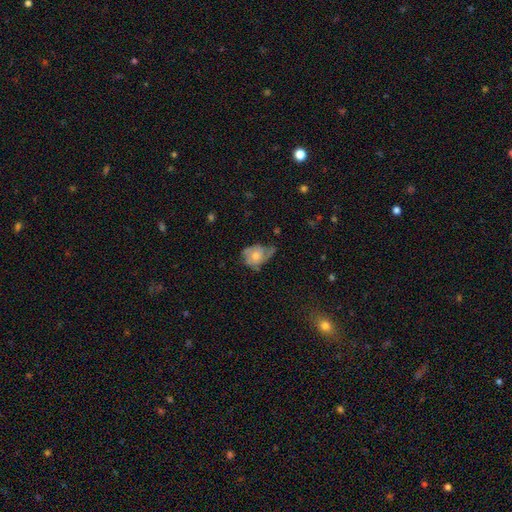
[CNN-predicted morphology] Smooth or featured?
  - featured or disk: 48% *
  - smooth: 43%
  - star or artifact: 9%
Merging?
  - minor disturbance: 36% *
  - none: 35%
  - major disturbance: 25%
  - merger: 3%